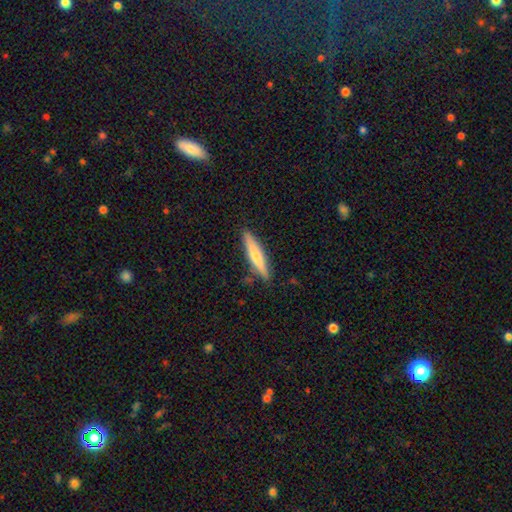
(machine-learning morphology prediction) smooth 58%, featured or disk 36%, star or artifact 6%. Down the decision tree: how rounded — cigar-shaped (88%); merging — none (87%).